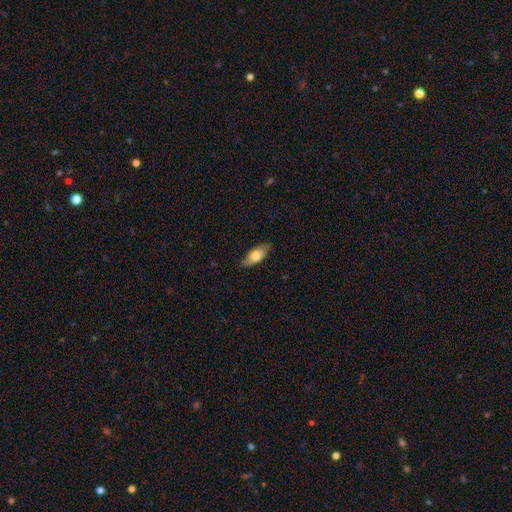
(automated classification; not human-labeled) This appears to be a smooth galaxy with no disk features (68%) that is in between round and cigar-shaped (75%). Merging: none (83%).